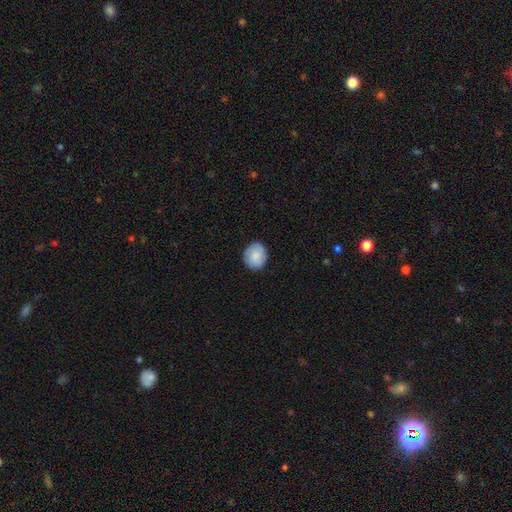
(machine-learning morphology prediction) Smooth or featured?
  - smooth: 83% *
  - featured or disk: 11%
  - star or artifact: 7%
How rounded?
  - round: 71% *
  - in between: 28%
  - cigar-shaped: 1%
Merging?
  - none: 86% *
  - minor disturbance: 11%
  - major disturbance: 2%
  - merger: 1%